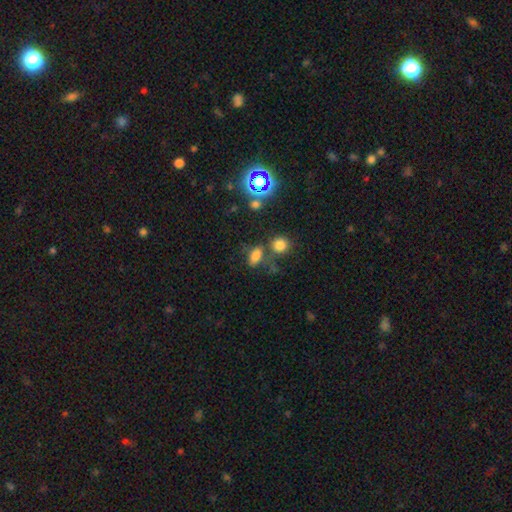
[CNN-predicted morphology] Overall: smooth (70%). How rounded: in between (79%). Merging: none (59%).